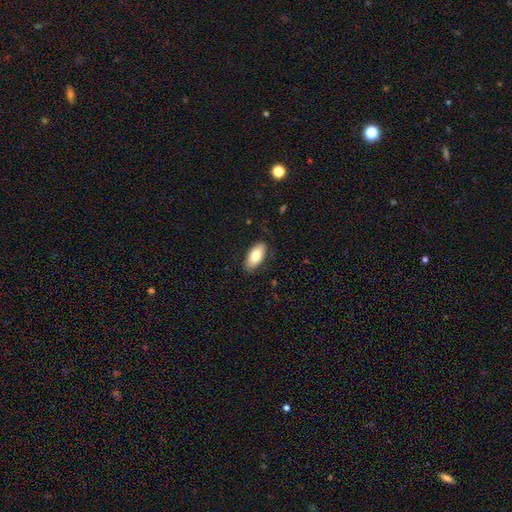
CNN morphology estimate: The model was most divided on "smooth or featured": smooth: 82%, featured or disk: 11%, star or artifact: 6%. More confident: how rounded — in between (92%); merging — none (84%).